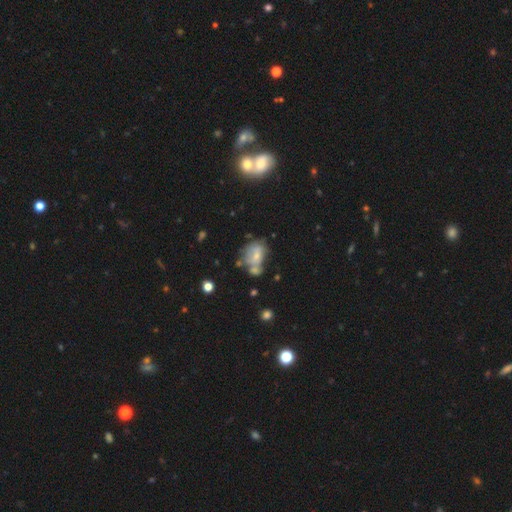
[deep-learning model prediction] The model was most divided on "merging": merger: 34%, none: 29%, minor disturbance: 22%, major disturbance: 16%. Remaining: smooth or featured — smooth (49%).